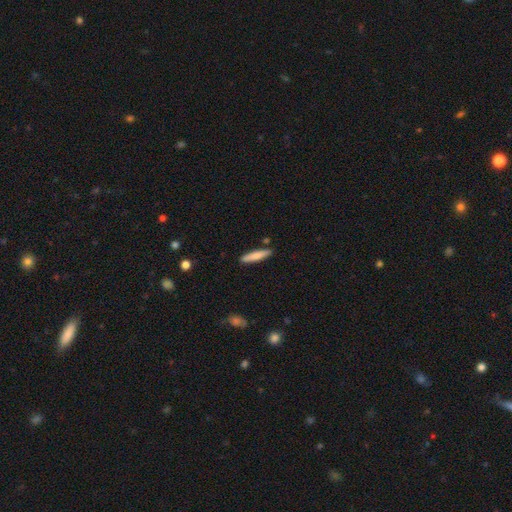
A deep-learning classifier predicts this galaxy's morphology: type=smooth (77%); roundness=cigar-shaped (88%); merging=none (87%).